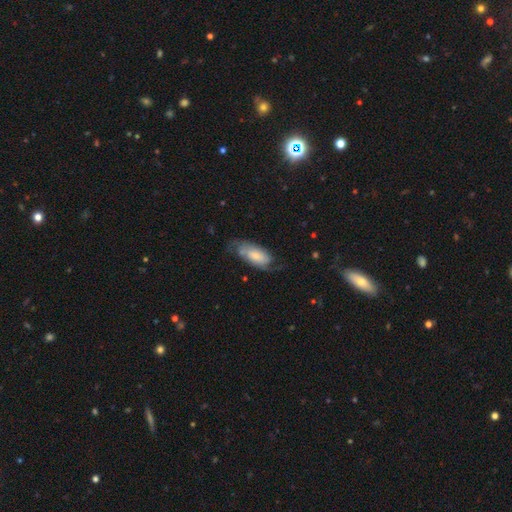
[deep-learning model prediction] Smooth or featured? featured or disk (56%)
Edge-on disk? no (91%)
Bar? no (64%)
Spiral arms? yes (87%)
Bulge size? small (44%)
Merging? none (55%)